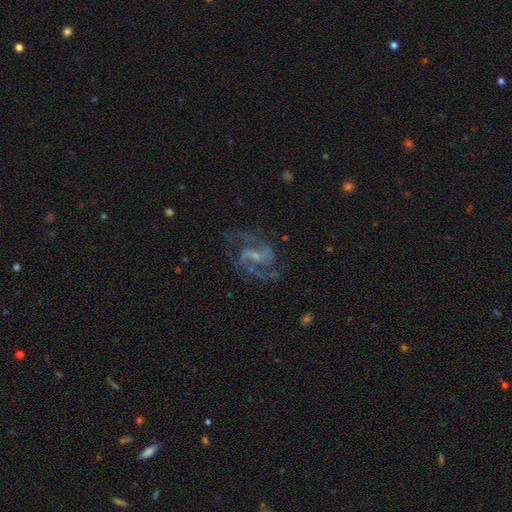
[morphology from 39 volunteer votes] Overall: featured or disk (92%). Edge-on disk: no (92%). Bar: weak (45%; strong 30%). Spiral arms: yes (100%). Spiral arm count: 2 (94%). Spiral winding: medium (55%; loose 30%). Bulge size: small (58%; moderate 27%). Merging: none (58%; minor disturbance 21%).